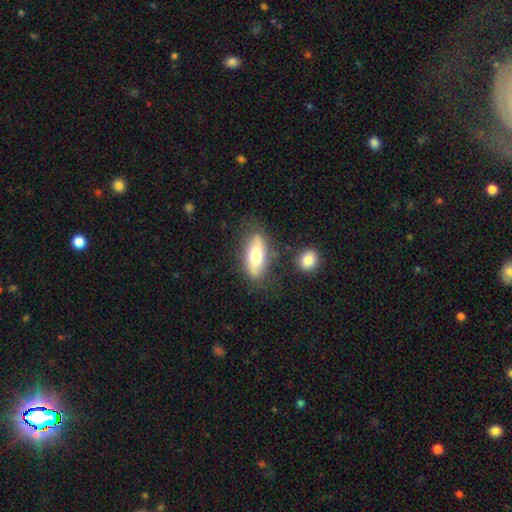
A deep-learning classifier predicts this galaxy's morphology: A smooth galaxy with no disk features (63%) that is in between round and cigar-shaped (76%).

Vote fractions:
- Smooth or featured? smooth: 63% / featured or disk: 31% / star or artifact: 6%
- How rounded? in between: 76% / cigar-shaped: 21% / round: 3%
- Merging? none: 71% / minor disturbance: 18% / merger: 6% / major disturbance: 5%